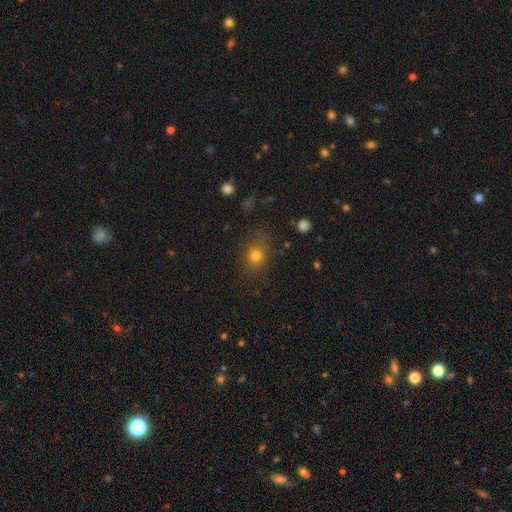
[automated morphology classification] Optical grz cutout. It shows a smooth galaxy with no disk features (76%) that is round (69%). Merging: none (78%).